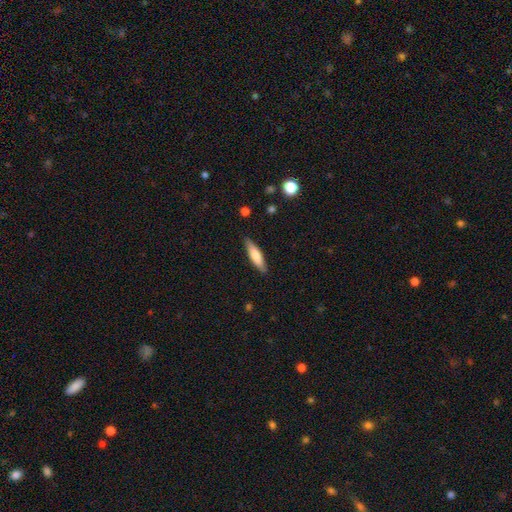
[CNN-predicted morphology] Q: Smooth or featured?
A: smooth (70%); runner-up: featured or disk (24%)
Q: How rounded?
A: cigar-shaped (70%); runner-up: in between (28%)
Q: Merging?
A: none (87%); runner-up: minor disturbance (10%)